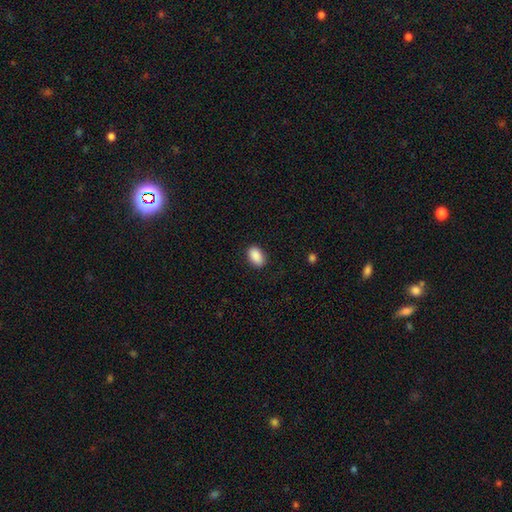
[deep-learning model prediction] The model was most divided on "merging": none: 87%, minor disturbance: 9%, major disturbance: 2%, merger: 1%. More confident: how rounded — in between (91%); smooth or featured — smooth (90%).